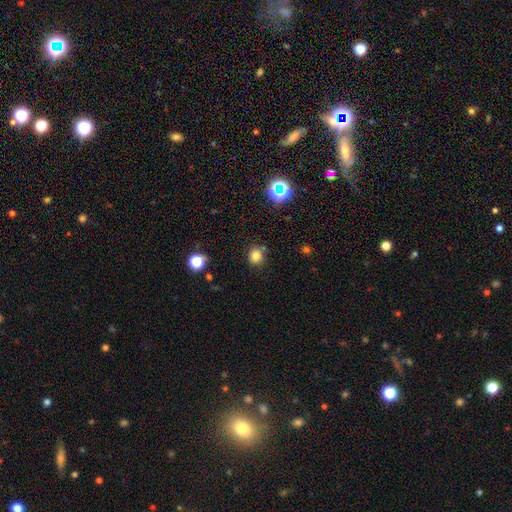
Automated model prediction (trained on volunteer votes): smooth-or-featured: smooth: 79% | star or artifact: 15% | featured or disk: 6%
  how-rounded: round: 83% | in between: 16% | cigar-shaped: 1%
  merging: none: 80% | minor disturbance: 10% | merger: 6% | major disturbance: 3%